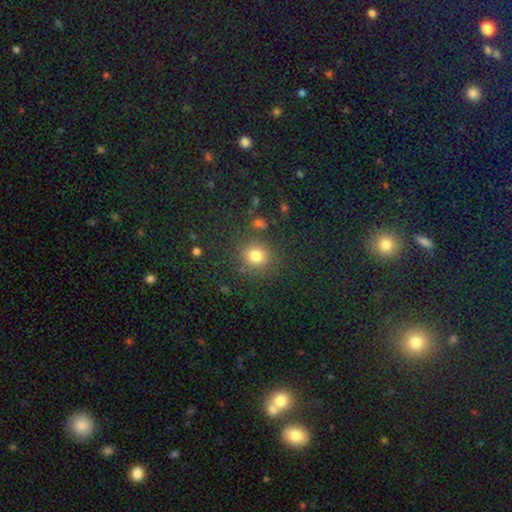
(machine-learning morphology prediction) The model was most divided on "smooth or featured": smooth: 79%, star or artifact: 15%, featured or disk: 6%. More confident: how rounded — round (85%); merging — none (82%).